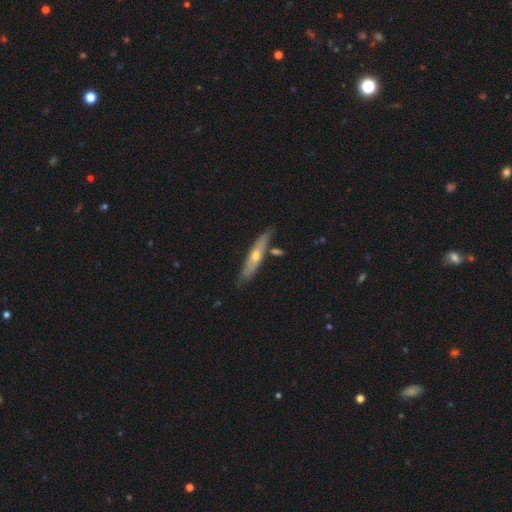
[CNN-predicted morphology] A featured or disk galaxy (57%) viewed edge-on (72%). Merging: none (73%).